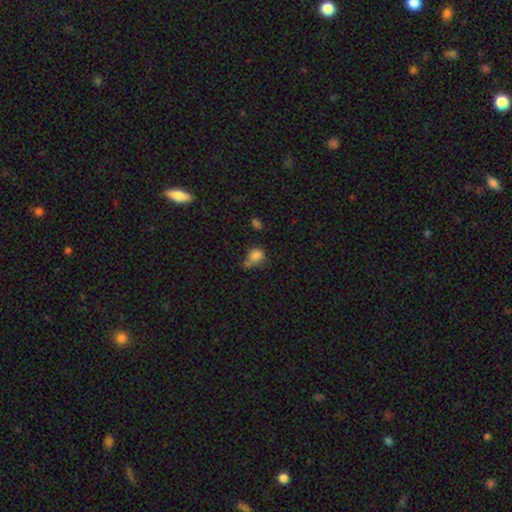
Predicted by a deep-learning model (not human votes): smooth 81%, star or artifact 12%, featured or disk 7%. Down the decision tree: how rounded — round (61%); merging — none (39%).